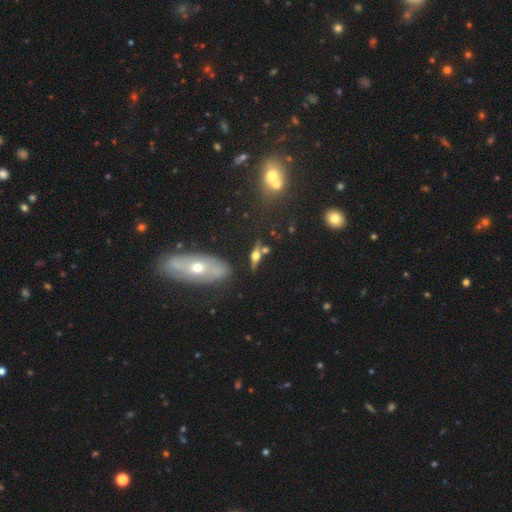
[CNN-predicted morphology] Smooth or featured: featured or disk — 54% (smooth — 34%)
Edge-on disk: yes — 85% (no — 15%)
Merging: none — 67% (merger — 14%)